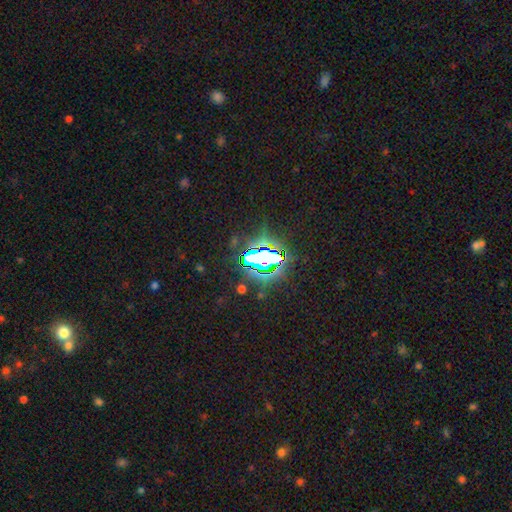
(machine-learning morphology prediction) Smooth or featured: star or artifact — 80% (smooth — 12%)